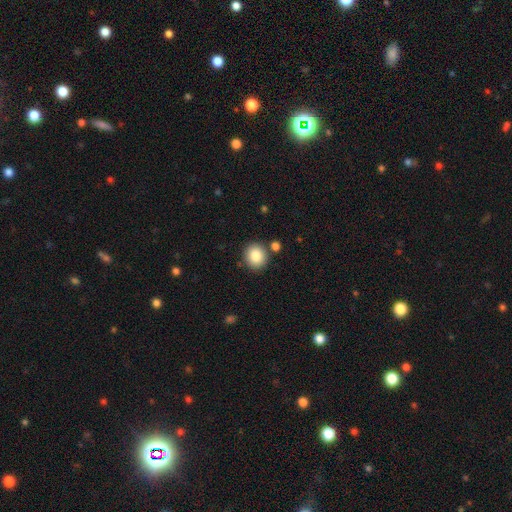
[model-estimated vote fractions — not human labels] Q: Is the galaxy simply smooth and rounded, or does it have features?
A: smooth — 85%.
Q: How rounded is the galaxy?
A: round — 80%.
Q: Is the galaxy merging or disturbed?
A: none — 82%.